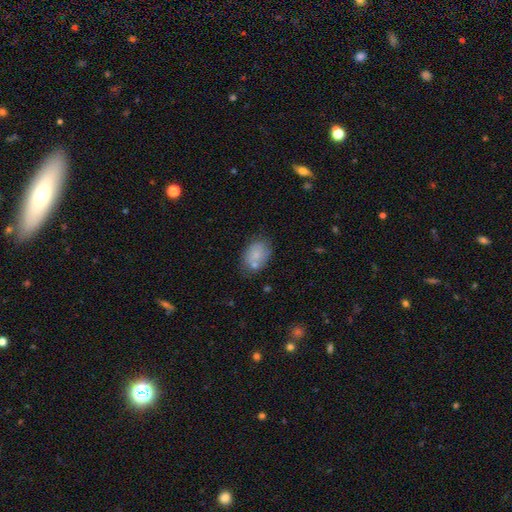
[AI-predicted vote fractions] smooth_or_featured: smooth (p=0.75) [alt: featured or disk p=0.17]
how_rounded: in between (p=0.80) [alt: round p=0.18]
merging: none (p=0.60) [alt: minor disturbance p=0.20]